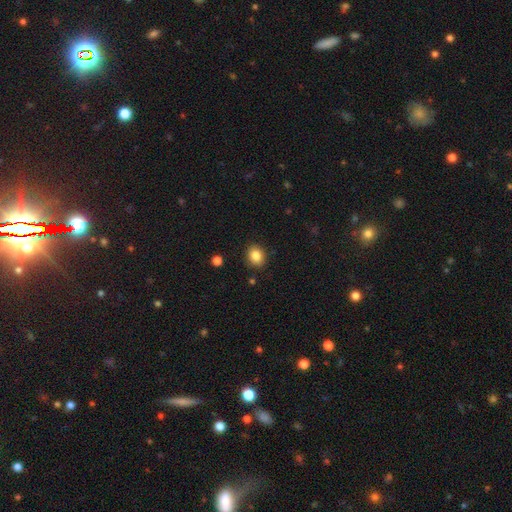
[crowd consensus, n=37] A smooth galaxy with no disk features (86%) that is round (69%).

Vote fractions:
- Smooth or featured? smooth: 86% / star or artifact: 8% / featured or disk: 5%
- How rounded? round: 69% / in between: 31% / cigar-shaped: 0%
- Merging? none: 79% / minor disturbance: 12% / major disturbance: 6% / merger: 3%